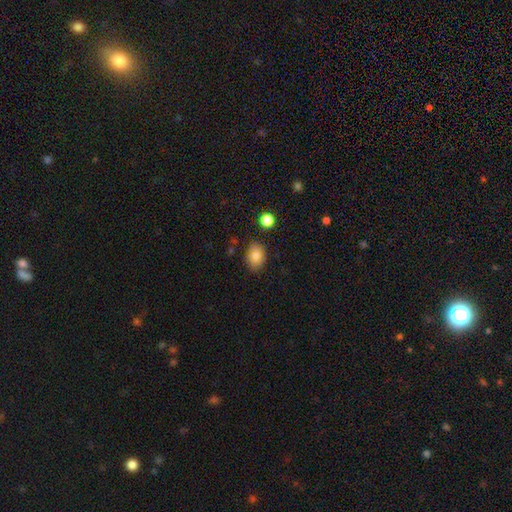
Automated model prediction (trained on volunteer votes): Overall: smooth (83%). How rounded: in between (74%). Merging: none (82%).